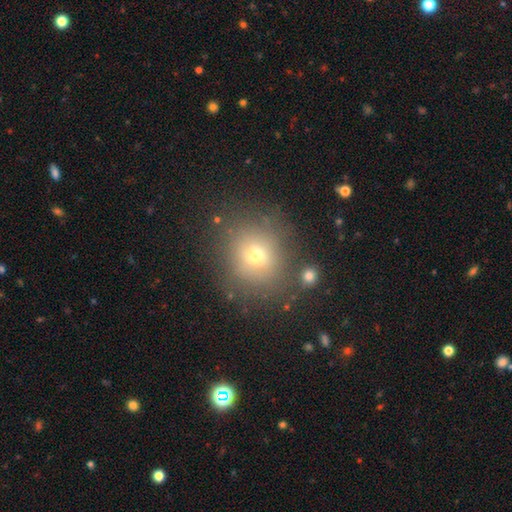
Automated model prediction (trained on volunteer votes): smooth 66%, star or artifact 19%, featured or disk 15%. Down the decision tree: how rounded — round (84%); merging — none (79%).